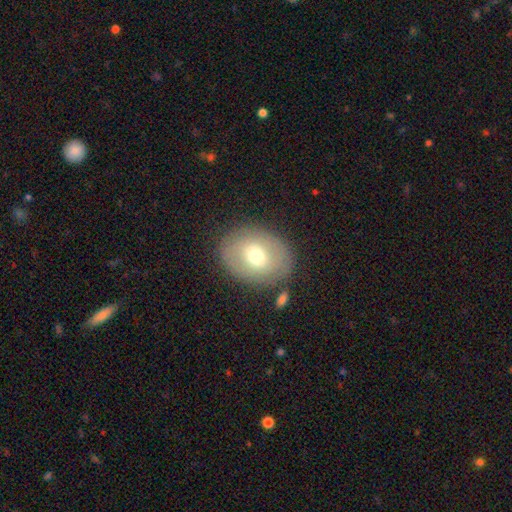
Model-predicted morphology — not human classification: Smooth or featured? Predicted: smooth (p=0.62). How rounded? Predicted: in between (p=0.60). Merging? Predicted: none (p=0.78).